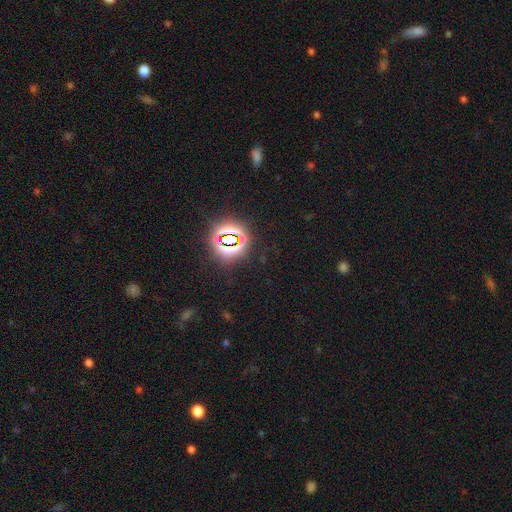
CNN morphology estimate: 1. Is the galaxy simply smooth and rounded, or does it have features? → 81% star or artifact, 13% smooth, 7% featured or disk.